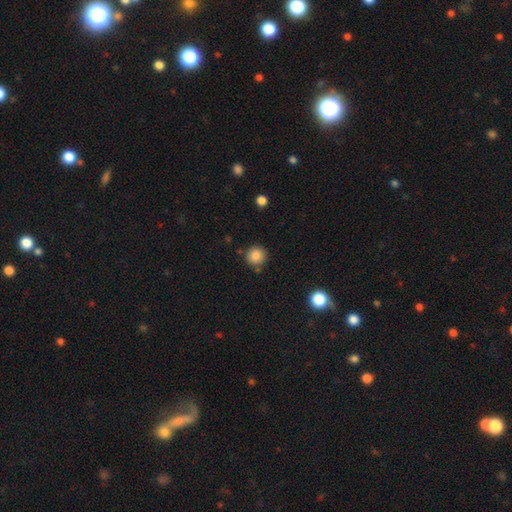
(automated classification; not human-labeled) Morphology: type=smooth (86%); roundness=round (93%); merging=none (82%).